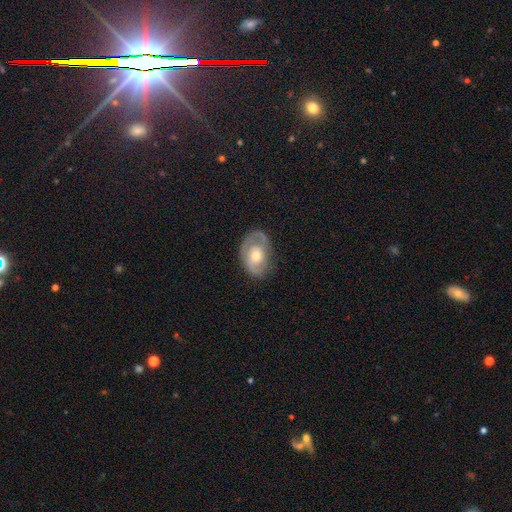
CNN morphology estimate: Smooth or featured?
  - featured or disk: 66% *
  - smooth: 28%
  - star or artifact: 6%
Edge-on disk?
  - no: 95% *
  - yes: 5%
Bar?
  - no: 72% *
  - weak: 22%
  - strong: 5%
Spiral arms?
  - yes: 73% *
  - no: 27%
Bulge size?
  - moderate: 66% *
  - small: 26%
  - large: 6%
  - none: 1%
  - dominant: 1%
Merging?
  - none: 69% *
  - minor disturbance: 21%
  - major disturbance: 9%
  - merger: 1%